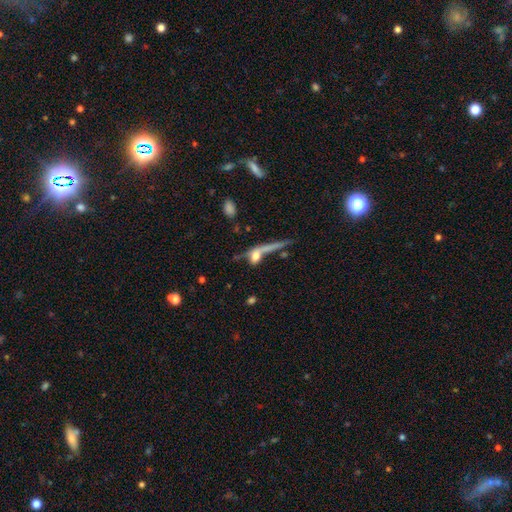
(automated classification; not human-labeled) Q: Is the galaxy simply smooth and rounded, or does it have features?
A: smooth — 47%.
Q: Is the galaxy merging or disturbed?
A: none — 40%.